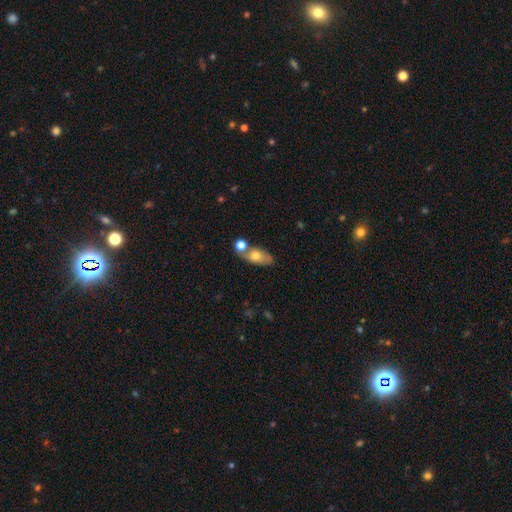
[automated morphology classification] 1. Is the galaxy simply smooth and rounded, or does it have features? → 66% smooth, 26% featured or disk, 8% star or artifact.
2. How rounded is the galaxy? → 84% in between, 10% round, 6% cigar-shaped.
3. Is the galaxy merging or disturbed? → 48% none, 32% merger, 15% minor disturbance, 5% major disturbance.